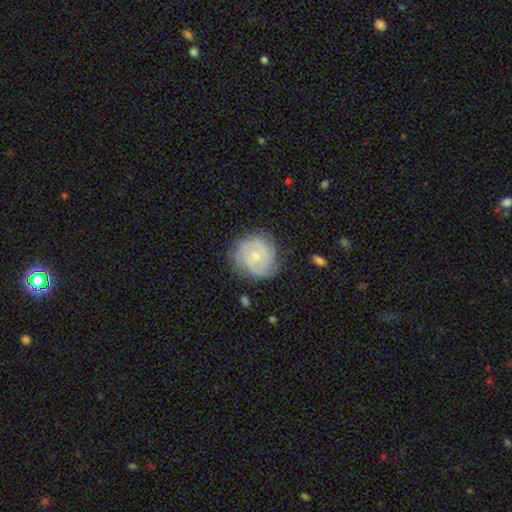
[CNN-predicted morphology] Smooth or featured?
  - featured or disk: 70% *
  - smooth: 23%
  - star or artifact: 7%
Edge-on disk?
  - no: 98% *
  - yes: 2%
Bar?
  - no: 78% *
  - weak: 19%
  - strong: 3%
Spiral arms?
  - yes: 94% *
  - no: 6%
Spiral winding?
  - tight: 63% *
  - medium: 29%
  - loose: 8%
Spiral arm count?
  - 3: 32% *
  - 2: 26%
  - can't tell: 24%
  - 4: 7%
  - 1: 5%
  - more than 4: 5%
Bulge size?
  - small: 70% *
  - moderate: 25%
  - none: 3%
  - large: 1%
  - dominant: 1%
Merging?
  - none: 77% *
  - minor disturbance: 17%
  - major disturbance: 5%
  - merger: 1%